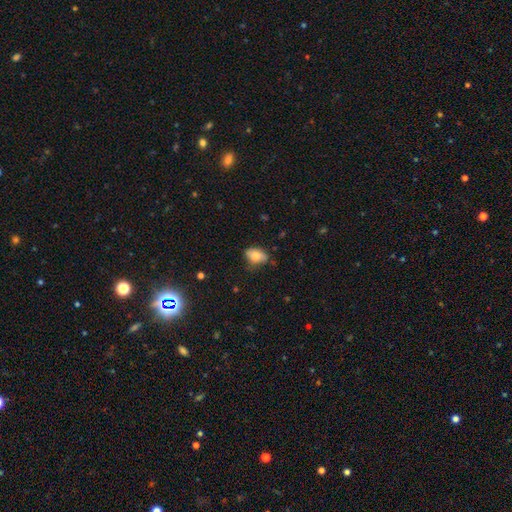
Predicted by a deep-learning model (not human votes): Smooth or featured? Predicted: smooth (p=0.78). How rounded? Predicted: in between (p=0.84). Merging? Predicted: none (p=0.63).